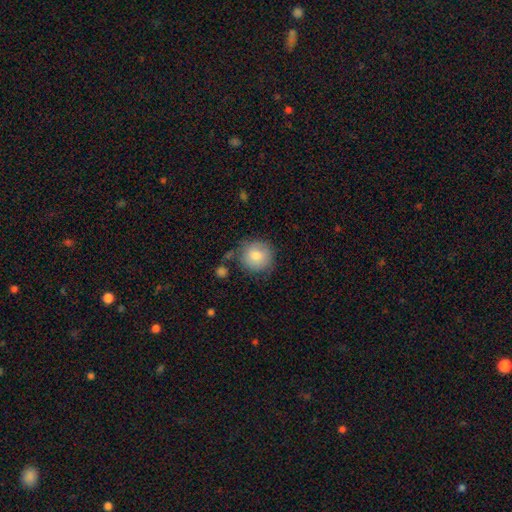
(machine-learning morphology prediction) Smooth or featured: smooth — 77% (featured or disk — 15%)
How rounded: round — 92% (in between — 7%)
Merging: none — 73% (minor disturbance — 18%)